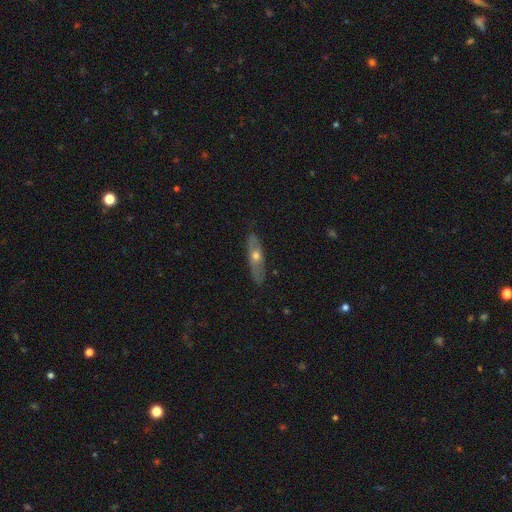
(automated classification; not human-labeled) smooth-or-featured: featured or disk: 56% | smooth: 36% | star or artifact: 7%
  disk-edge-on: yes: 64% | no: 36%
  merging: none: 85% | minor disturbance: 12% | major disturbance: 2% | merger: 1%